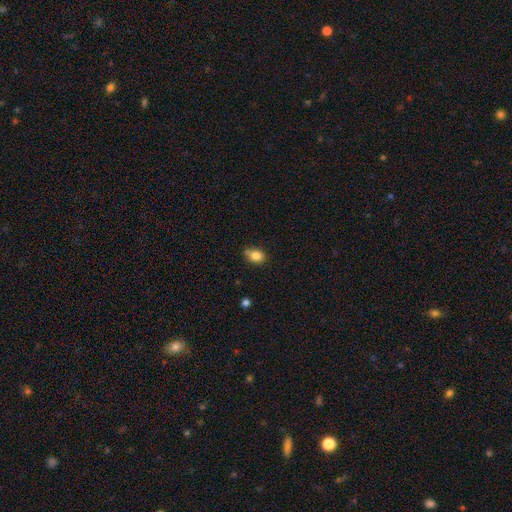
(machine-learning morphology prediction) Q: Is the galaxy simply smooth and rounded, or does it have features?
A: smooth — 84%.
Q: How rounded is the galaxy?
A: in between — 58%.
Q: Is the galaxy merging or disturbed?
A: none — 66%.